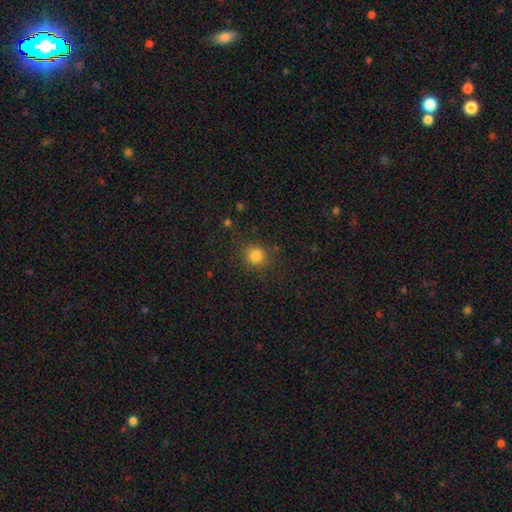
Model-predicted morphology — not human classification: type=smooth (83%); roundness=round (90%); merging=none (86%).